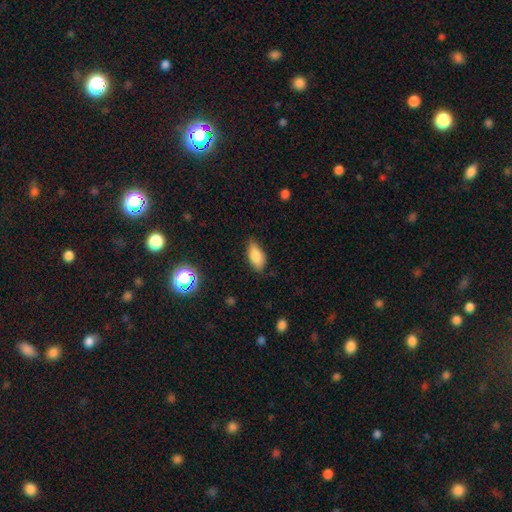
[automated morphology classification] This is clearly a smooth galaxy (82%). How rounded: clearly in between (89%). Merging: likely none (78%).